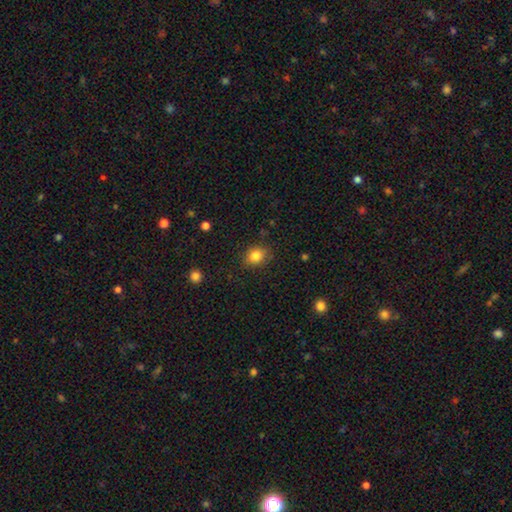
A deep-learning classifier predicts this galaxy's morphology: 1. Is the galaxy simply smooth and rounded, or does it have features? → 83% smooth, 11% star or artifact, 7% featured or disk.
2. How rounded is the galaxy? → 59% round, 40% in between, 1% cigar-shaped.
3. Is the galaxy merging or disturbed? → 83% none, 13% minor disturbance, 3% major disturbance, 1% merger.